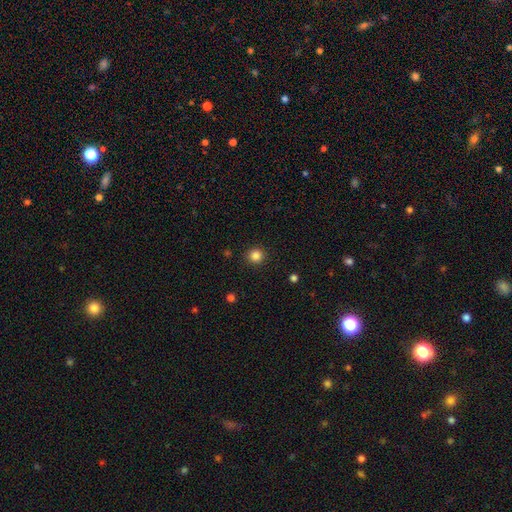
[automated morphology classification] smooth_or_featured: smooth (p=0.85) [alt: star or artifact p=0.12]
how_rounded: round (p=0.93) [alt: in between p=0.06]
merging: none (p=0.92) [alt: minor disturbance p=0.05]